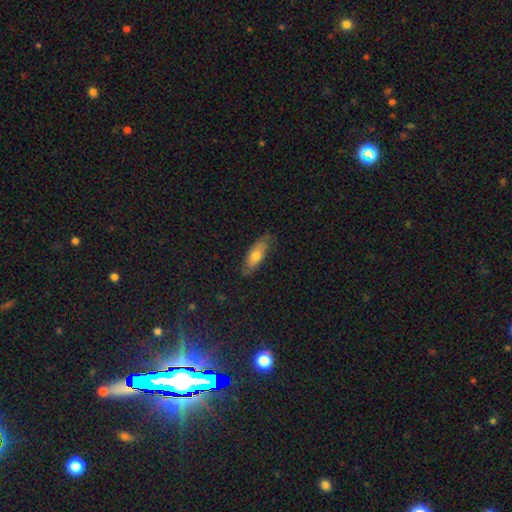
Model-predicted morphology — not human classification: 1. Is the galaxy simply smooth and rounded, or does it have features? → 66% smooth, 27% featured or disk, 7% star or artifact.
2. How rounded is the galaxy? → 69% in between, 29% cigar-shaped, 2% round.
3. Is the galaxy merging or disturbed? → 78% none, 18% minor disturbance, 3% major disturbance, 1% merger.